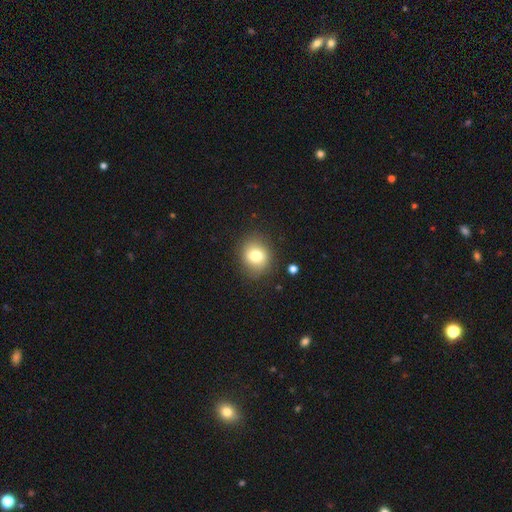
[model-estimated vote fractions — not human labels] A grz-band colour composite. It shows a smooth galaxy with no disk features (77%) that is round (70%). Merging: none (84%).